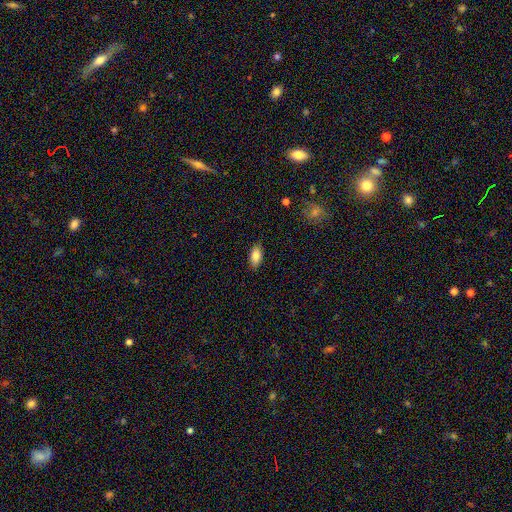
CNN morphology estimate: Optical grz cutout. It shows a smooth galaxy with no disk features (84%) that is in between round and cigar-shaped (91%). Merging: none (86%).